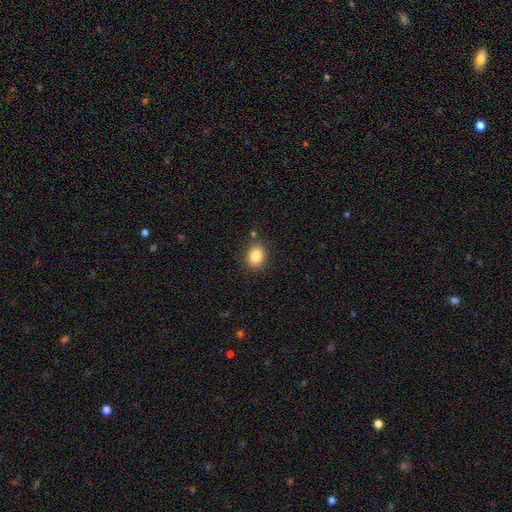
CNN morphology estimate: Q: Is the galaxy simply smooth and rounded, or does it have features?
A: smooth — 85%.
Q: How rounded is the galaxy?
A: in between — 61%.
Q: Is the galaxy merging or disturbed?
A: none — 83%.